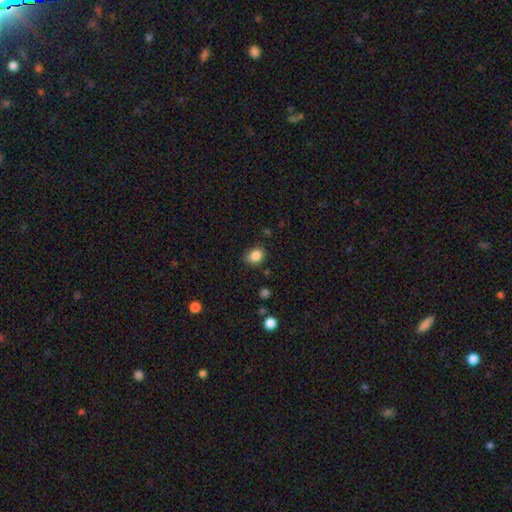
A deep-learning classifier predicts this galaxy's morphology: The model was most divided on "how rounded": round: 54%, in between: 45%, cigar-shaped: 1%. More confident: smooth or featured — smooth (85%); merging — none (75%).